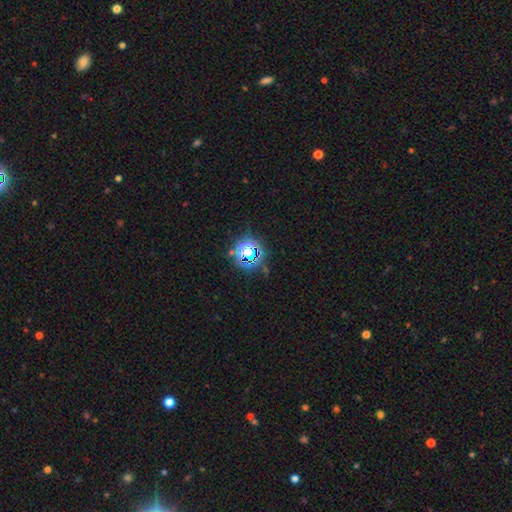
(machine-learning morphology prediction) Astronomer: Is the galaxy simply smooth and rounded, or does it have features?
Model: star or artifact — 75%.